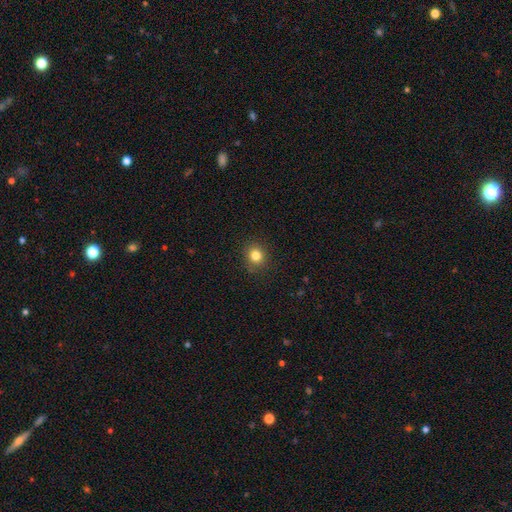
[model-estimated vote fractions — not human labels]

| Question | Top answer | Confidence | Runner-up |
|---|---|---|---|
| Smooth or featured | smooth | 81% | star or artifact (13%) |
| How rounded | round | 84% | in between (15%) |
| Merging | none | 89% | minor disturbance (7%) |